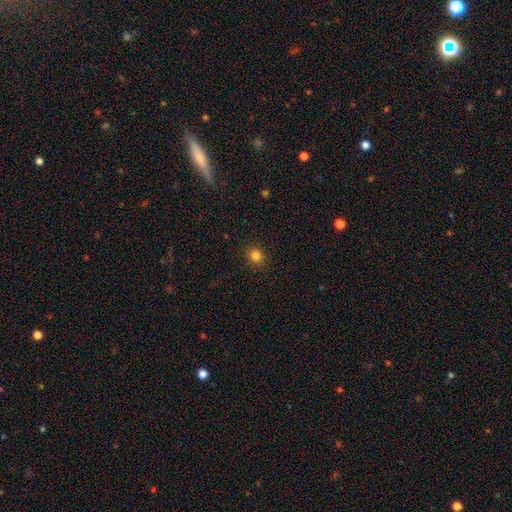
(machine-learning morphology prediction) type=smooth (81%); roundness=round (81%); merging=none (90%).